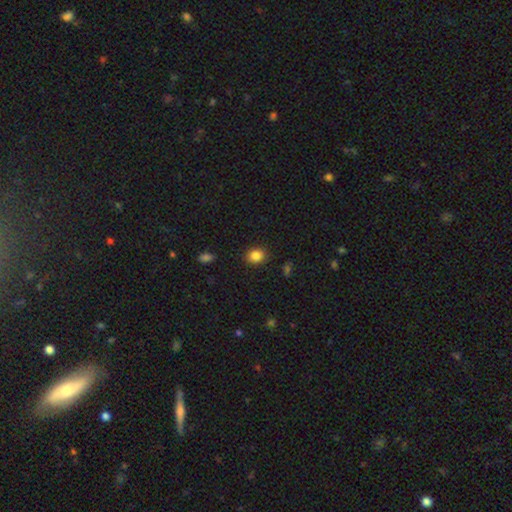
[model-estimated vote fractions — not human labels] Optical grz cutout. It shows a smooth galaxy with no disk features (85%) that is round (58%). Merging: none (87%).